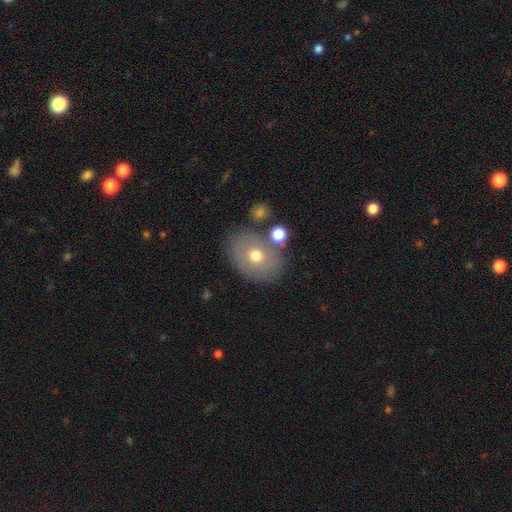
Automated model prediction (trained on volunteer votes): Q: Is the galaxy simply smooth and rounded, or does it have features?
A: smooth — 64%.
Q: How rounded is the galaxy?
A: in between — 66%.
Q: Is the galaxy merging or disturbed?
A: none — 72%.